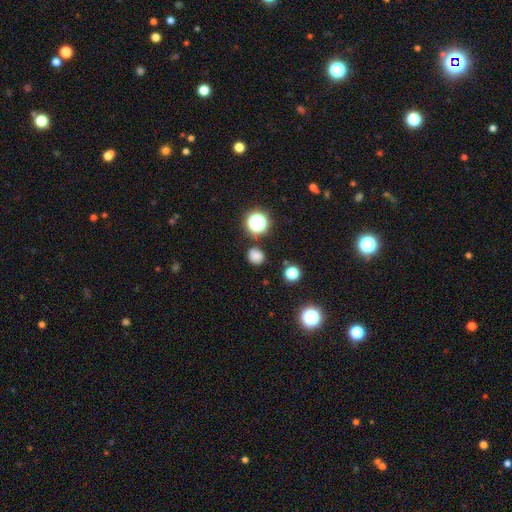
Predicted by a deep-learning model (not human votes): A smooth galaxy with no disk features (76%) that is round (83%). Merging: none (82%).